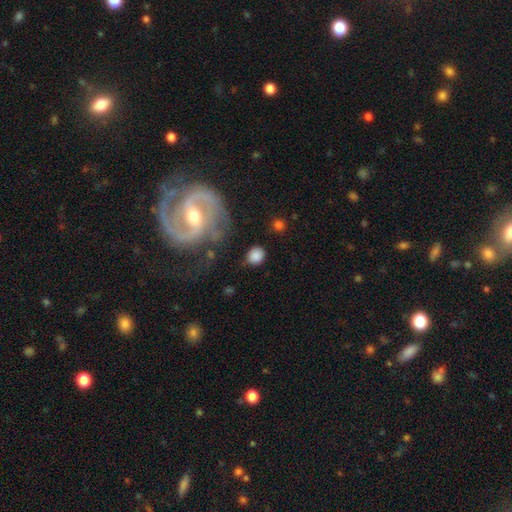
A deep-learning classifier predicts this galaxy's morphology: A smooth galaxy with no disk features (82%) that is round (72%).

Vote fractions:
- Smooth or featured? smooth: 82% / featured or disk: 9% / star or artifact: 9%
- How rounded? round: 72% / in between: 26% / cigar-shaped: 1%
- Merging? none: 78% / minor disturbance: 13% / major disturbance: 6% / merger: 3%